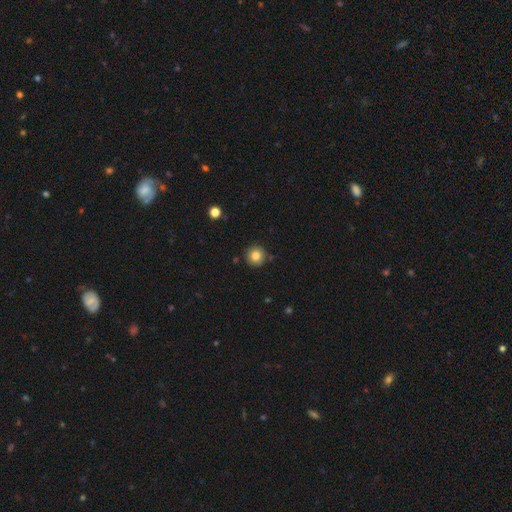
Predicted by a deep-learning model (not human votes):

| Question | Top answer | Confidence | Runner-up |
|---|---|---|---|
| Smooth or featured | smooth | 83% | star or artifact (11%) |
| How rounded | round | 94% | in between (5%) |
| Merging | none | 87% | minor disturbance (8%) |